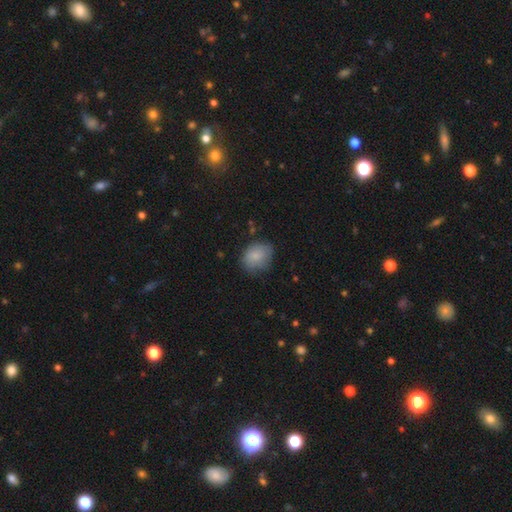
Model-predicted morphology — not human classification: smooth_or_featured: smooth (p=0.80) [alt: featured or disk p=0.12]
how_rounded: round (p=0.52) [alt: in between p=0.47]
merging: none (p=0.66) [alt: minor disturbance p=0.26]